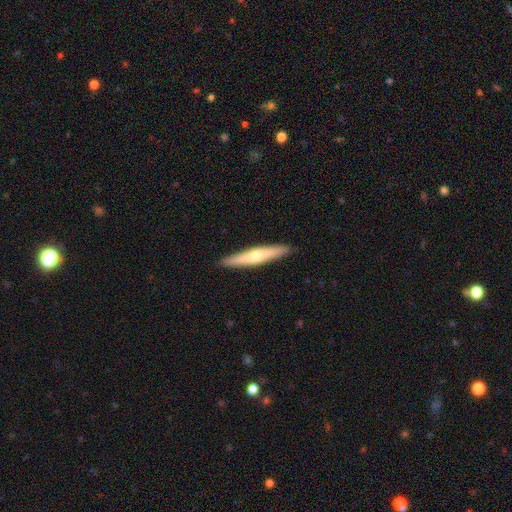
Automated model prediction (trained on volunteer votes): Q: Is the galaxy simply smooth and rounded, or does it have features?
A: featured or disk — 48%.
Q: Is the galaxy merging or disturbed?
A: none — 91%.